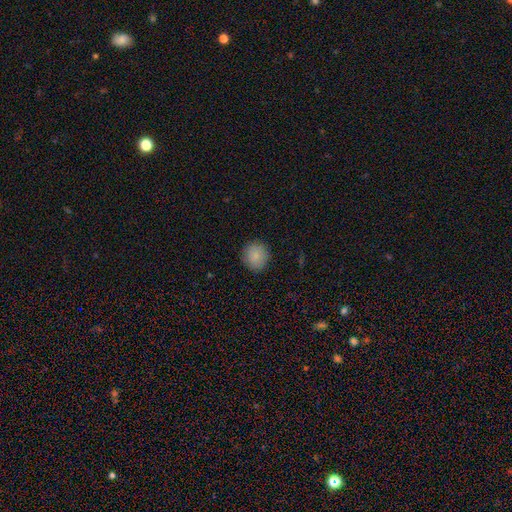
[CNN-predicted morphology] This is clearly a smooth galaxy (87%). How rounded: clearly round (90%). Merging: clearly none (90%).